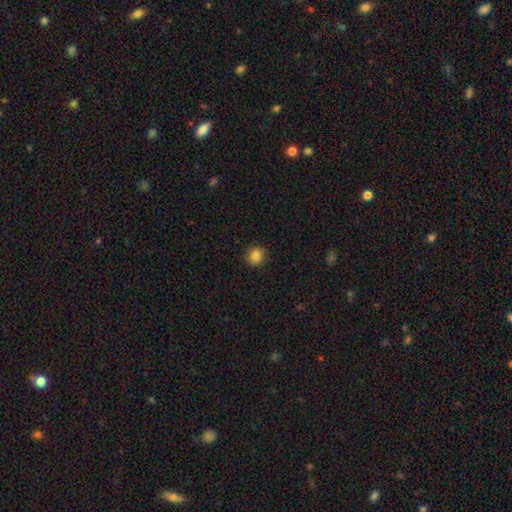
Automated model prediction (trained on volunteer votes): smooth-or-featured: smooth: 85% | star or artifact: 11% | featured or disk: 4%
  how-rounded: round: 90% | in between: 9% | cigar-shaped: 1%
  merging: none: 91% | minor disturbance: 6% | major disturbance: 2% | merger: 1%